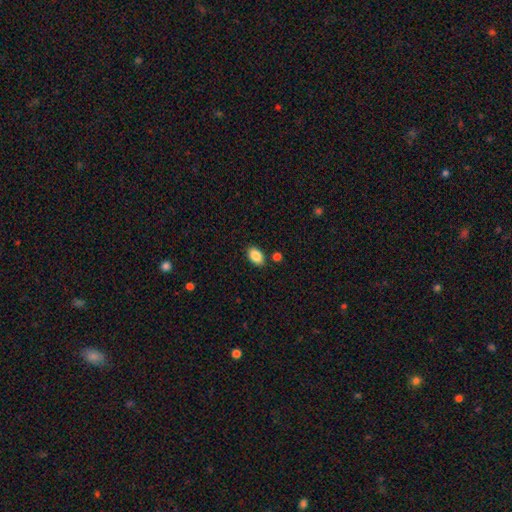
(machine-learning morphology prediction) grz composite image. It shows a smooth galaxy with no disk features (88%) that is in between round and cigar-shaped (90%). Merging: none (83%).